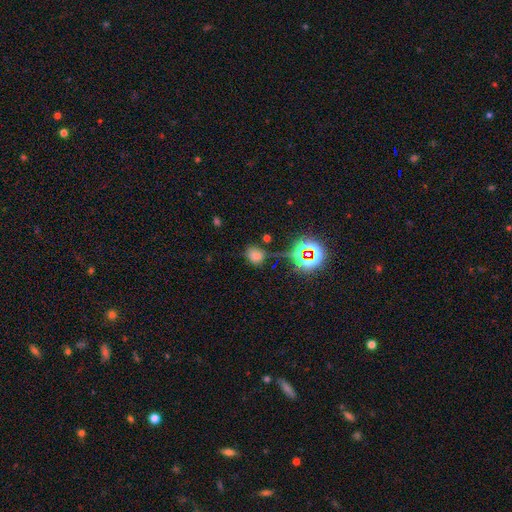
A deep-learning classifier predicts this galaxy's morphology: smooth_or_featured: smooth (p=0.63) [alt: star or artifact p=0.30]
how_rounded: round (p=0.50) [alt: in between p=0.48]
merging: none (p=0.66) [alt: minor disturbance p=0.20]